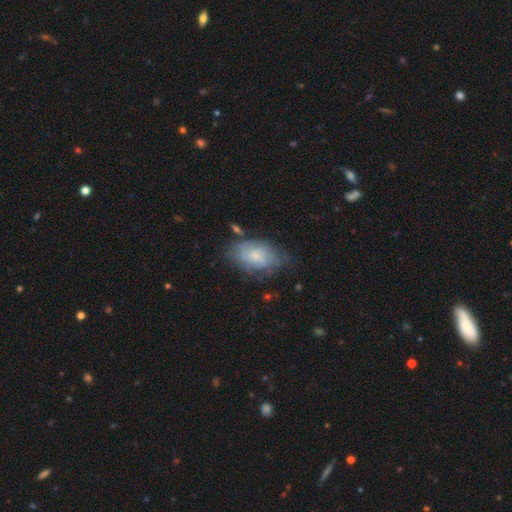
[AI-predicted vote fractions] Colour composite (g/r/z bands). It shows a featured or disk galaxy (49%). Merging: none (56%).